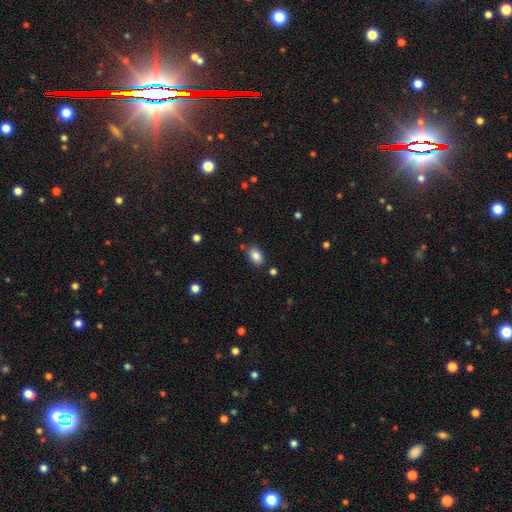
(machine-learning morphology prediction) This appears to be a smooth galaxy with no disk features (86%) that is in between round and cigar-shaped (85%). Merging: none (81%).